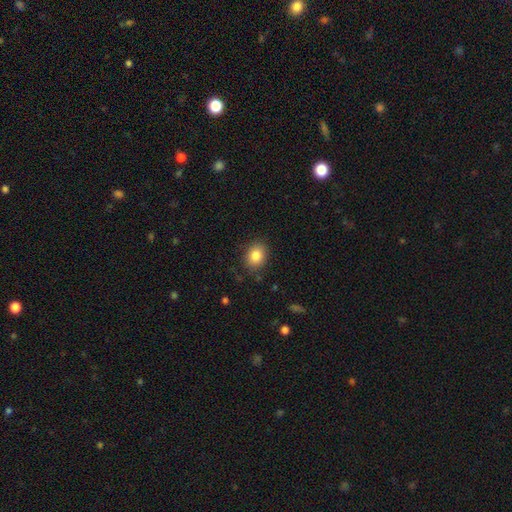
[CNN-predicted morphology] Overall: smooth (83%). How rounded: round (50%; in between 49%). Merging: none (86%).